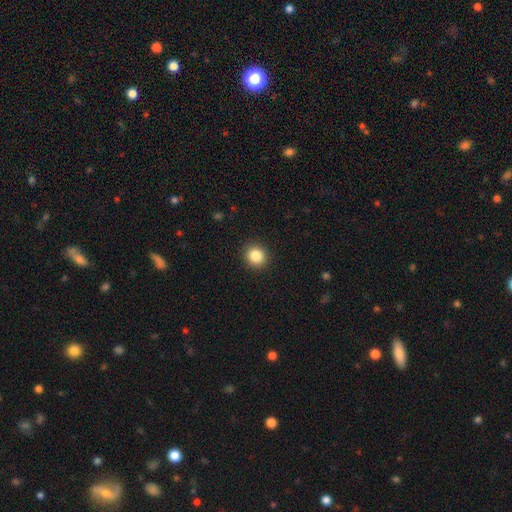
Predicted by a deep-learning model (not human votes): This appears to be a smooth galaxy with no disk features (86%) that is round (86%). Merging: none (91%).